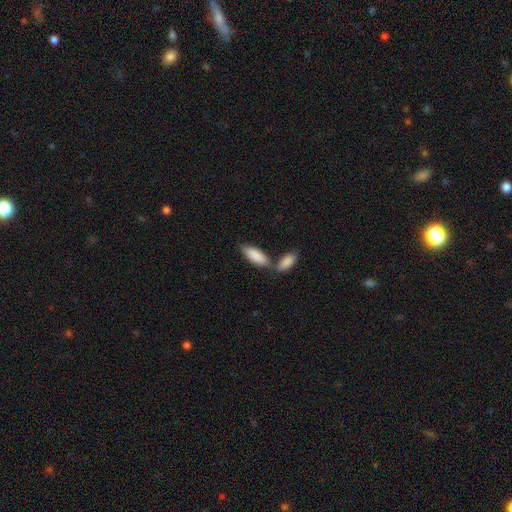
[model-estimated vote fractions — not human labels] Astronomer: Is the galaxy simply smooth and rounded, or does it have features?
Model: smooth — 87%.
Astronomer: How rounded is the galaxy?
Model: in between — 77%.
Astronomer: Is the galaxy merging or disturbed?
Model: none — 43% (runner-up: merger, 42%).